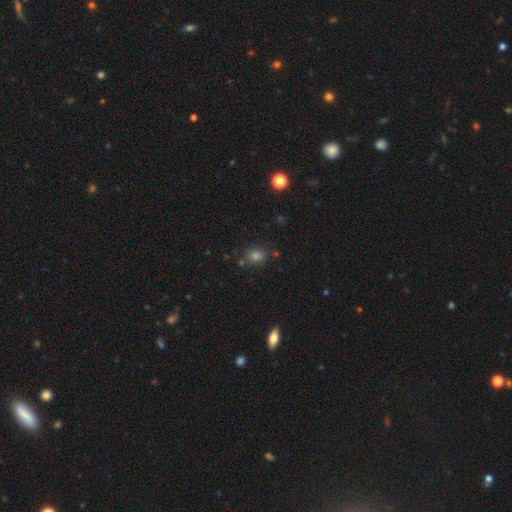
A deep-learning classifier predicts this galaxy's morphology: smooth-or-featured: smooth: 74% | star or artifact: 18% | featured or disk: 7%
  how-rounded: in between: 51% | round: 47% | cigar-shaped: 2%
  merging: none: 77% | minor disturbance: 13% | merger: 6% | major disturbance: 4%